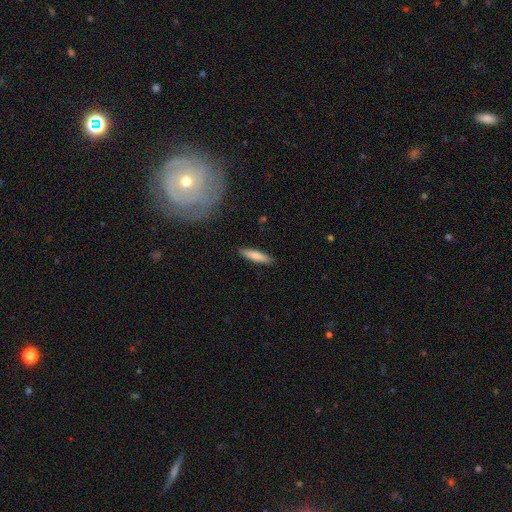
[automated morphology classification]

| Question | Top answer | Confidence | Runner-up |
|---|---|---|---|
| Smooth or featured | smooth | 79% | featured or disk (15%) |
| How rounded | cigar-shaped | 81% | in between (18%) |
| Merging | none | 89% | minor disturbance (8%) |